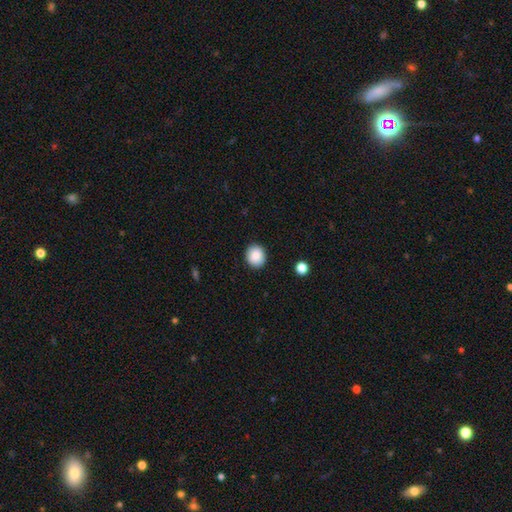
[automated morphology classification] Smooth or featured? smooth (87%)
How rounded? round (80%)
Merging? none (90%)